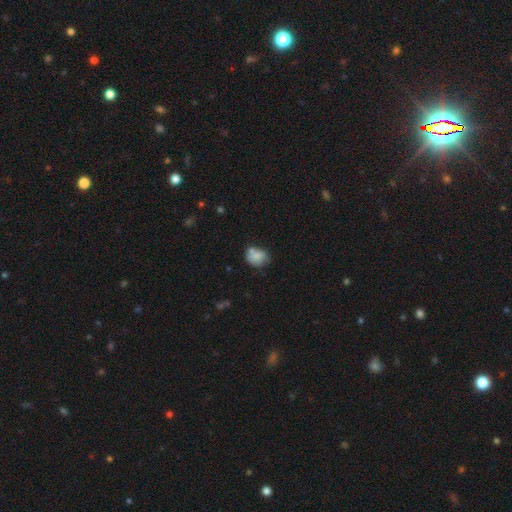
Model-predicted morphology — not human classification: smooth-or-featured: smooth: 76% | featured or disk: 15% | star or artifact: 9%
  how-rounded: round: 52% | in between: 48% | cigar-shaped: 1%
  merging: none: 48% | minor disturbance: 26% | merger: 18% | major disturbance: 8%